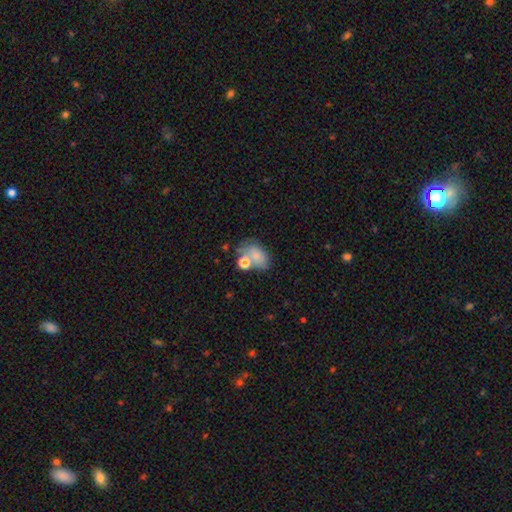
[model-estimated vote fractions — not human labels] Smooth or featured? smooth (75%)
How rounded? in between (80%)
Merging? none (42%)